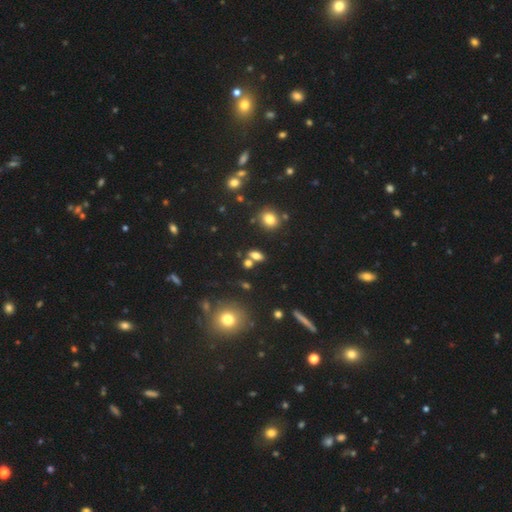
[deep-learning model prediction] smooth-or-featured: smooth: 71% | star or artifact: 16% | featured or disk: 13%
  how-rounded: in between: 74% | round: 18% | cigar-shaped: 8%
  merging: none: 63% | merger: 22% | minor disturbance: 11% | major disturbance: 4%